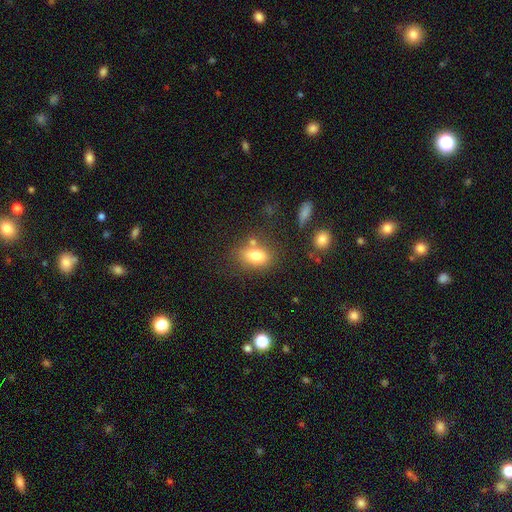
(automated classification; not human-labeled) Smooth or featured? smooth (79%)
How rounded? in between (77%)
Merging? none (67%)